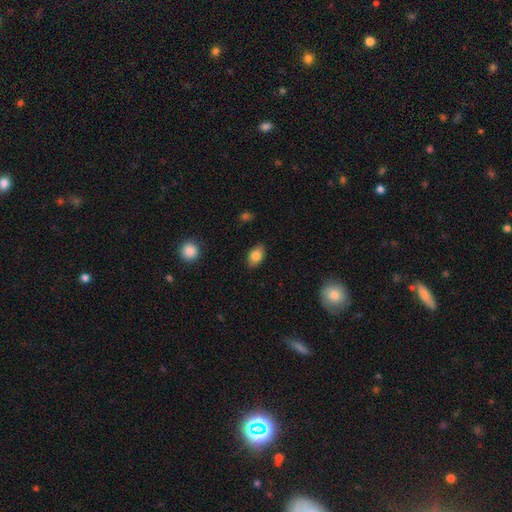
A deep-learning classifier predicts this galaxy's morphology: This appears to be a smooth galaxy with no disk features (83%) that is in between round and cigar-shaped (90%). Merging: none (85%).